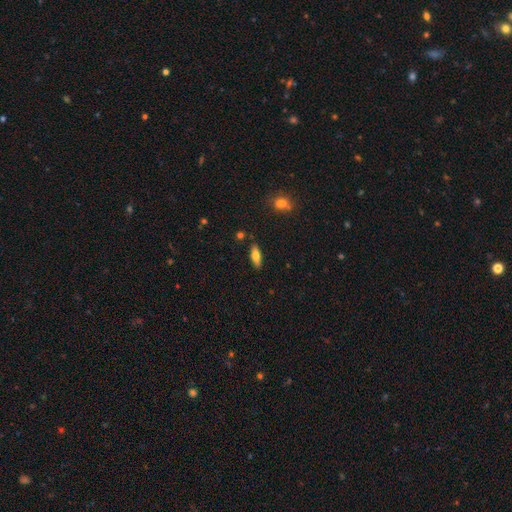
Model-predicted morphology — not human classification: This is likely a smooth galaxy (72%). How rounded: likely in between (65%). Merging: clearly none (85%).